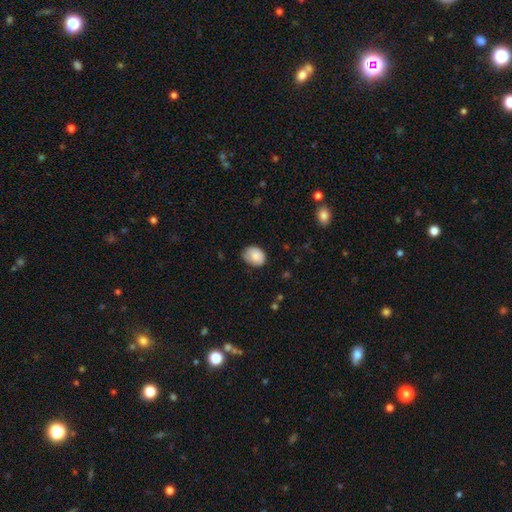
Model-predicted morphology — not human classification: smooth 84%, featured or disk 9%, star or artifact 7%. Down the decision tree: how rounded — in between (69%); merging — none (66%).